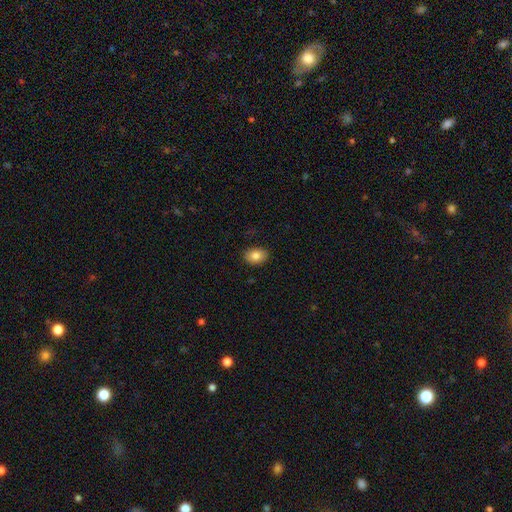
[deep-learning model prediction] This is clearly a smooth galaxy (84%). How rounded: likely in between (77%). Merging: clearly none (87%).